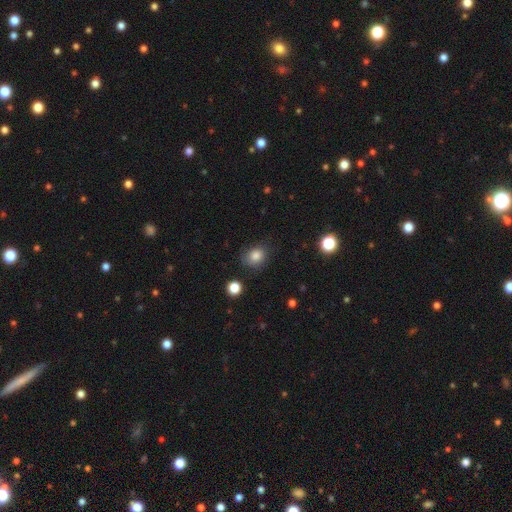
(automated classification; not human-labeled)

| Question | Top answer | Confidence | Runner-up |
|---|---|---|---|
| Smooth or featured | smooth | 82% | star or artifact (11%) |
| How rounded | round | 66% | in between (33%) |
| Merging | none | 74% | minor disturbance (19%) |